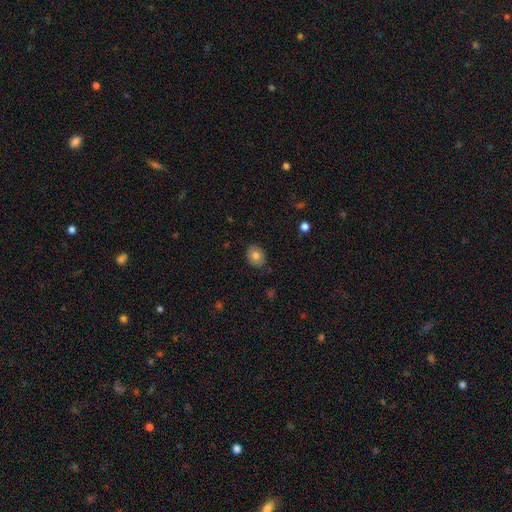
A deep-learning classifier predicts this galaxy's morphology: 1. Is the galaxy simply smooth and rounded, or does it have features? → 76% smooth, 15% featured or disk, 9% star or artifact.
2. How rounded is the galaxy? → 51% in between, 48% round, 1% cigar-shaped.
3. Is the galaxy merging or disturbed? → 86% none, 11% minor disturbance, 2% major disturbance, 1% merger.